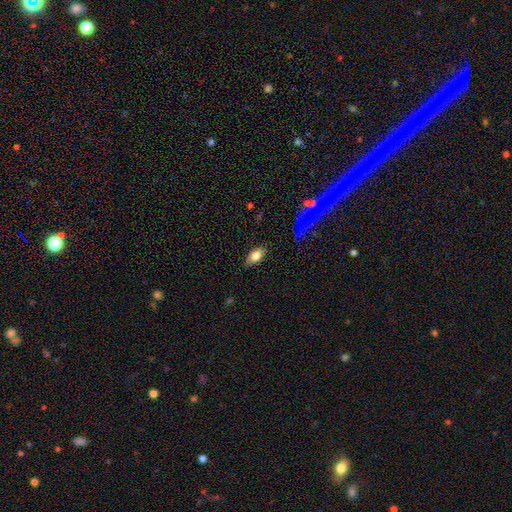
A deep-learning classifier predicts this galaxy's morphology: This appears to be a smooth galaxy with no disk features (74%) that is in between round and cigar-shaped (87%). Merging: none (84%).